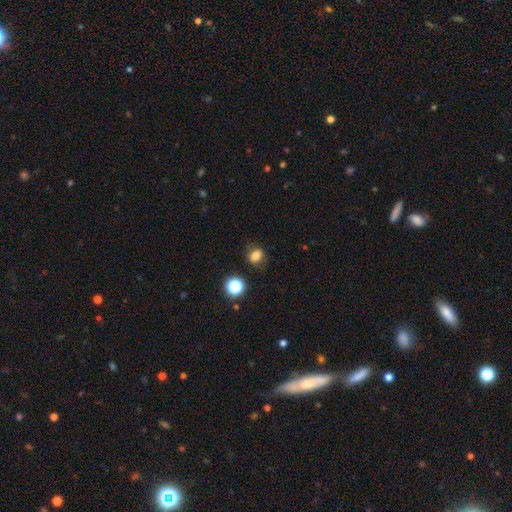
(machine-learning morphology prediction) Overall: smooth (79%). How rounded: in between (51%; round 48%). Merging: none (80%).